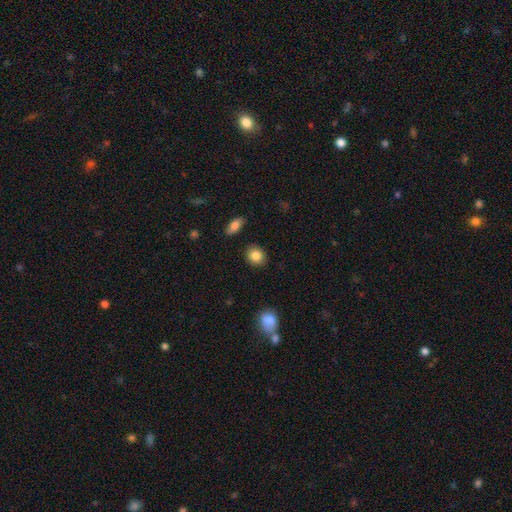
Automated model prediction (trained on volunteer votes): Smooth or featured: smooth — 85% (star or artifact — 8%)
How rounded: round — 71% (in between — 28%)
Merging: none — 88% (minor disturbance — 8%)